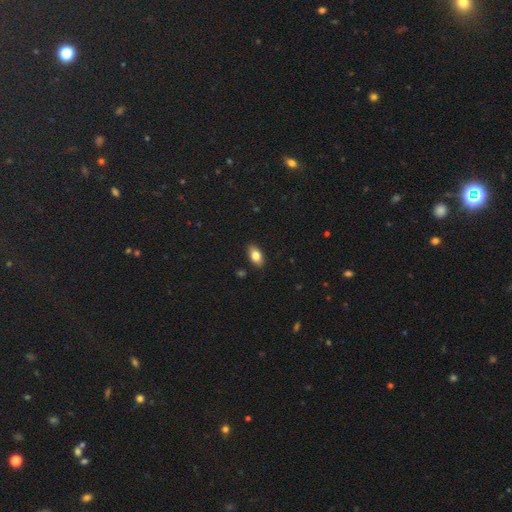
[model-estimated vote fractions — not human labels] A smooth galaxy with no disk features (82%) that is in between round and cigar-shaped (91%). Merging: none (88%).